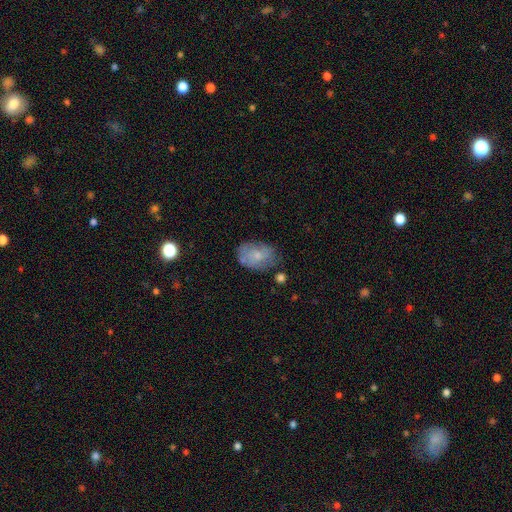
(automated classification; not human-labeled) Smooth or featured?
  - smooth: 59% *
  - featured or disk: 33%
  - star or artifact: 8%
How rounded?
  - in between: 81% *
  - round: 18%
  - cigar-shaped: 1%
Merging?
  - none: 60% *
  - minor disturbance: 26%
  - major disturbance: 9%
  - merger: 5%